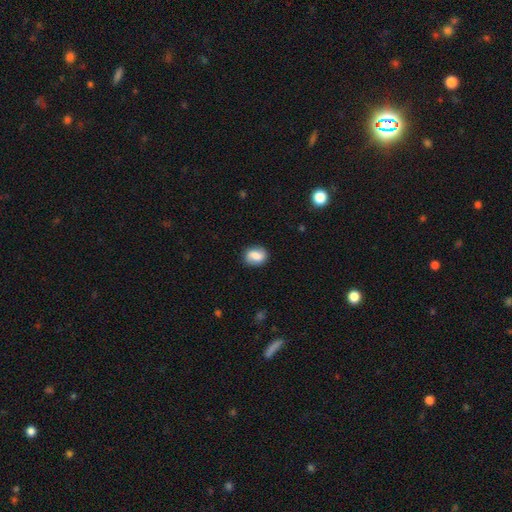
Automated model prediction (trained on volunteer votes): A smooth galaxy with no disk features (67%) that is in between round and cigar-shaped (57%). Merging: none (81%).